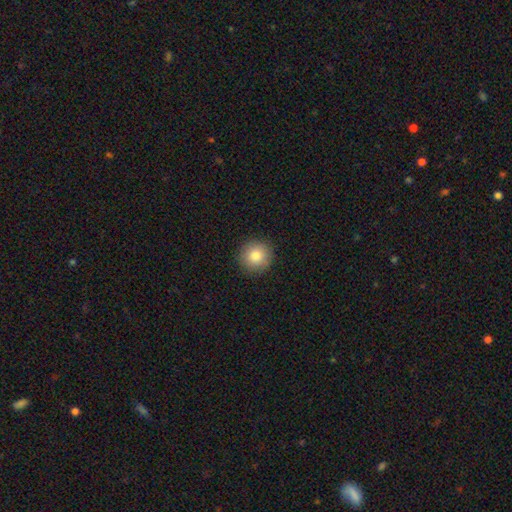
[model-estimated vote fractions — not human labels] A smooth galaxy with no disk features (82%) that is round (95%).

Vote fractions:
- Smooth or featured? smooth: 82% / star or artifact: 10% / featured or disk: 9%
- How rounded? round: 95% / in between: 4% / cigar-shaped: 1%
- Merging? none: 92% / minor disturbance: 5% / major disturbance: 2% / merger: 1%